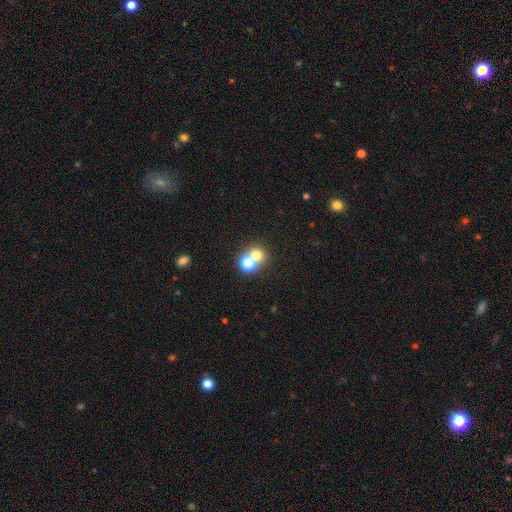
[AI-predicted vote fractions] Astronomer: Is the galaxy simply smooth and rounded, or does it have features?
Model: smooth — 69%.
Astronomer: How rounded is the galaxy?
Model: round — 79%.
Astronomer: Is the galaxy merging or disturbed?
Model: merger — 54% (runner-up: none, 37%).